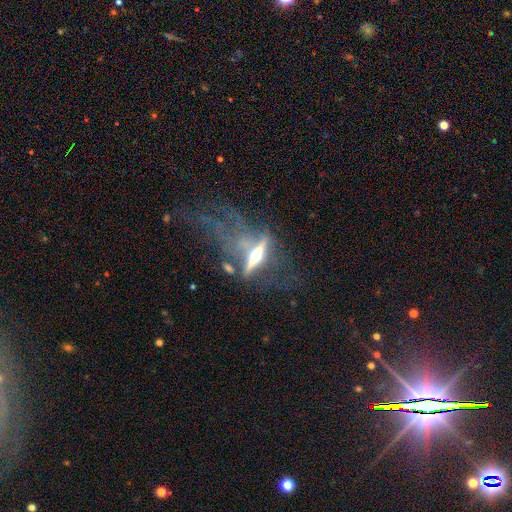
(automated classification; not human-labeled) Smooth or featured? featured or disk (78%)
Edge-on disk? yes (88%)
Edge-on bulge? rounded (93%)
Merging? none (39%)